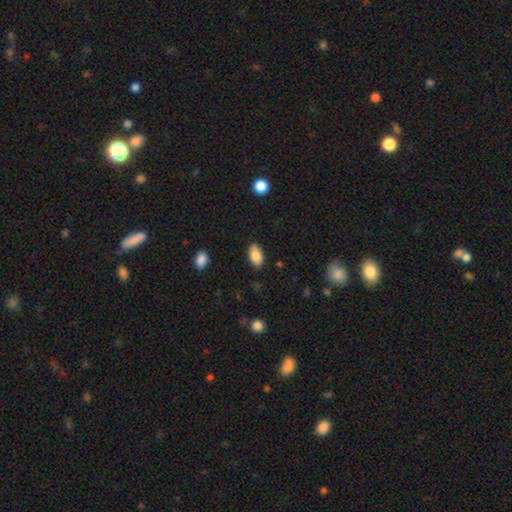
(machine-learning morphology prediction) A smooth galaxy with no disk features (84%) that is in between round and cigar-shaped (93%). Merging: none (84%).